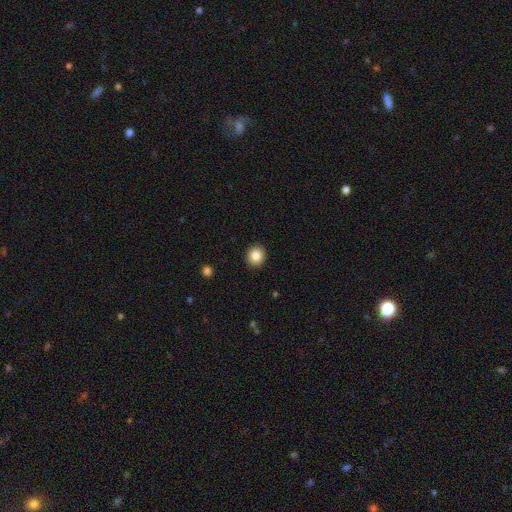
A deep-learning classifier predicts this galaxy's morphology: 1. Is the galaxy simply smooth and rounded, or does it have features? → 85% smooth, 10% star or artifact, 6% featured or disk.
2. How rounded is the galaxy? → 85% round, 14% in between, 1% cigar-shaped.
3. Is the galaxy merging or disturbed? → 92% none, 5% minor disturbance, 2% major disturbance, 1% merger.